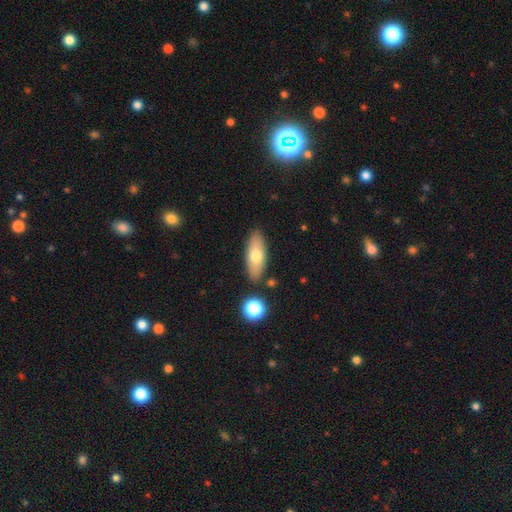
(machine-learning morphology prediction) Smooth or featured: smooth — 69% (featured or disk — 24%)
How rounded: in between — 74% (cigar-shaped — 22%)
Merging: none — 85% (minor disturbance — 9%)